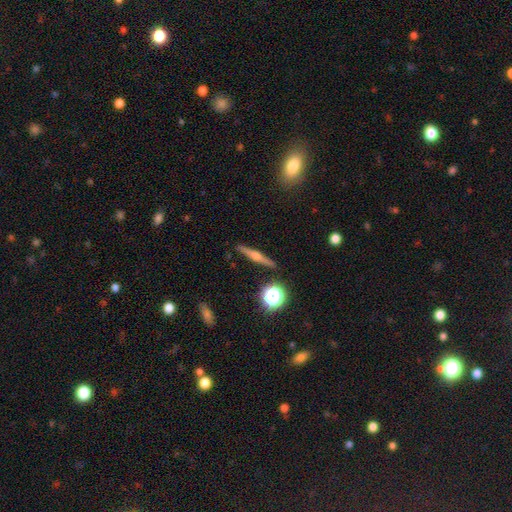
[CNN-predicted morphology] smooth_or_featured: featured or disk (p=0.66) [alt: smooth p=0.25]
disk_edge_on: yes (p=0.97) [alt: no p=0.03]
edge_on_bulge: rounded (p=0.87) [alt: boxy p=0.07]
merging: none (p=0.91) [alt: minor disturbance p=0.06]